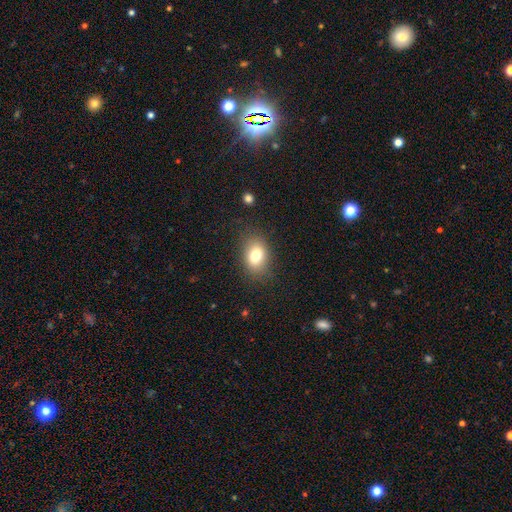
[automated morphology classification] Smooth or featured? Predicted: smooth (p=0.77). How rounded? Predicted: in between (p=0.76). Merging? Predicted: none (p=0.82).